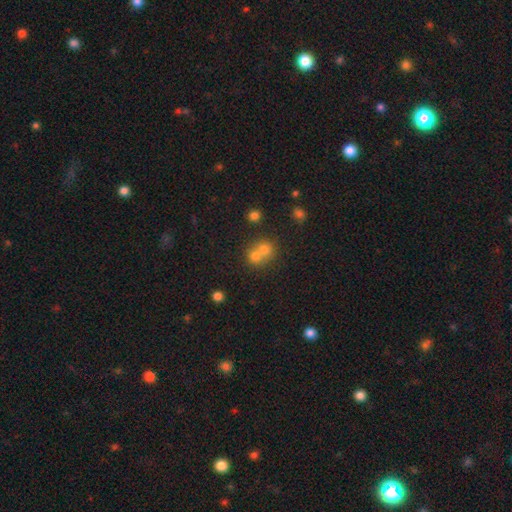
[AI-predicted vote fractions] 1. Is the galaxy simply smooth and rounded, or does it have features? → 64% smooth, 20% star or artifact, 16% featured or disk.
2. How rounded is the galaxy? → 83% round, 16% in between, 1% cigar-shaped.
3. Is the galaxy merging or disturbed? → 55% merger, 38% none, 5% minor disturbance, 2% major disturbance.